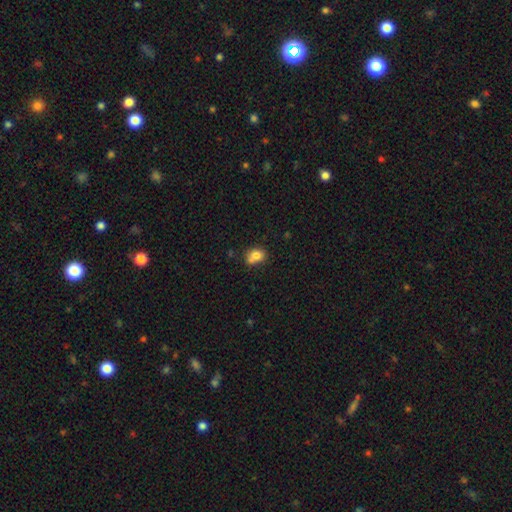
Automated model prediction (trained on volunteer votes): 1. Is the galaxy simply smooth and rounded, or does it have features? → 78% smooth, 12% featured or disk, 11% star or artifact.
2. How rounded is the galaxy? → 54% in between, 45% round, 1% cigar-shaped.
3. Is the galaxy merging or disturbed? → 52% none, 22% minor disturbance, 20% merger, 6% major disturbance.